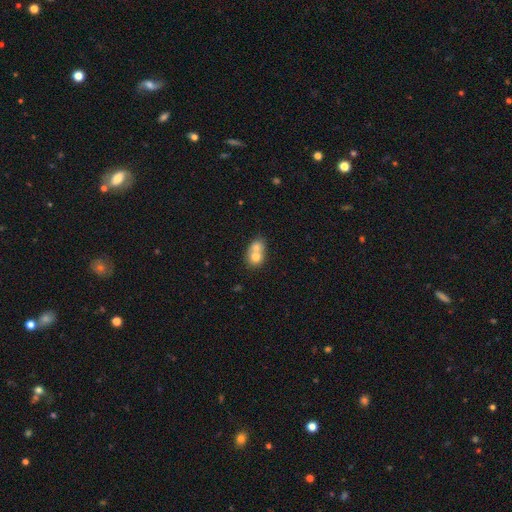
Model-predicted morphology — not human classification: This appears to be a smooth galaxy with no disk features (70%) that is round (60%). Merging: merger (71%).